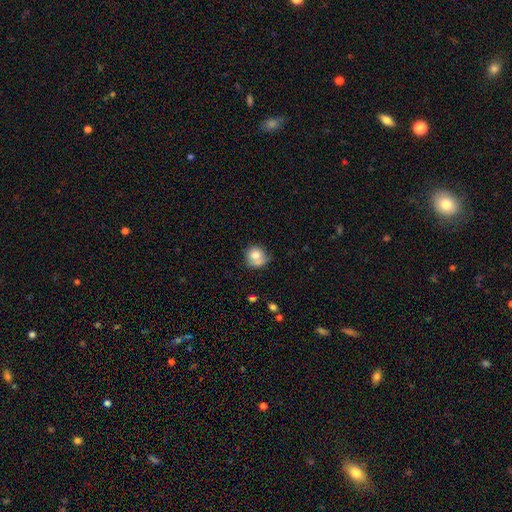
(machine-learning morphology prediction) A smooth galaxy with no disk features (76%) that is round (84%). Merging: none (50%).